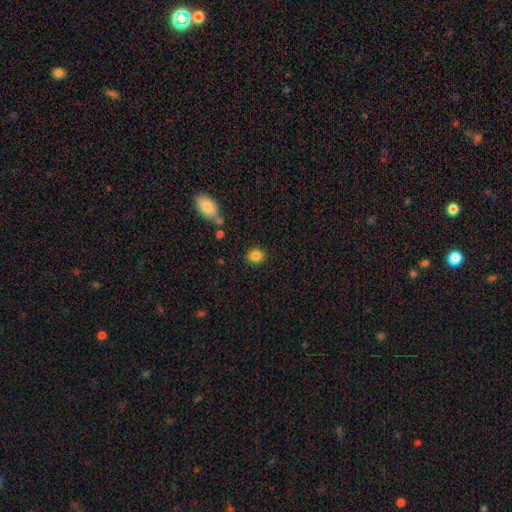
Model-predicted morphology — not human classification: smooth 85%, star or artifact 10%, featured or disk 5%. Down the decision tree: how rounded — round (60%); merging — none (85%).